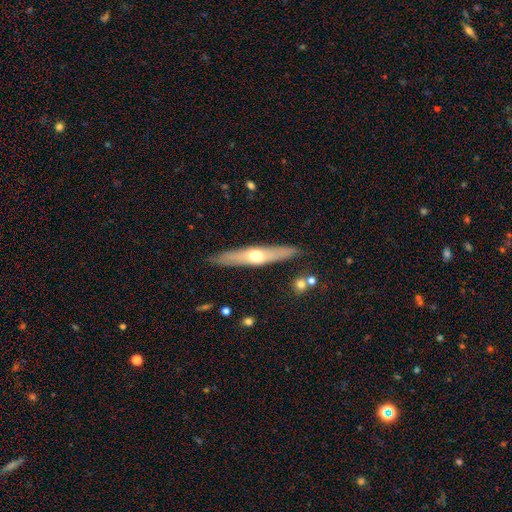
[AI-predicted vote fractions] Smooth or featured? featured or disk (57%)
Edge-on disk? yes (88%)
Merging? none (87%)